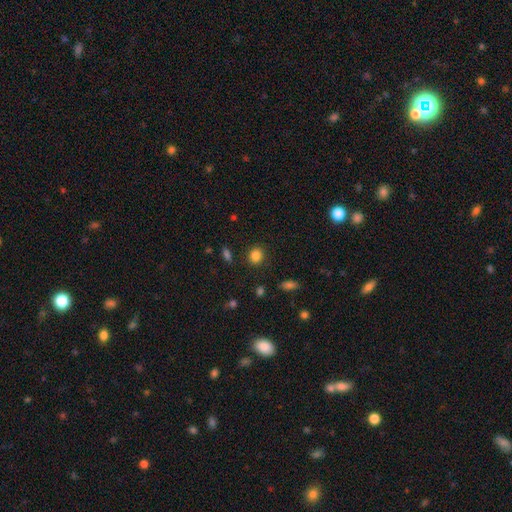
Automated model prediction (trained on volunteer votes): Q: Smooth or featured?
A: smooth (84%); runner-up: star or artifact (11%)
Q: How rounded?
A: round (78%); runner-up: in between (20%)
Q: Merging?
A: none (88%); runner-up: minor disturbance (7%)